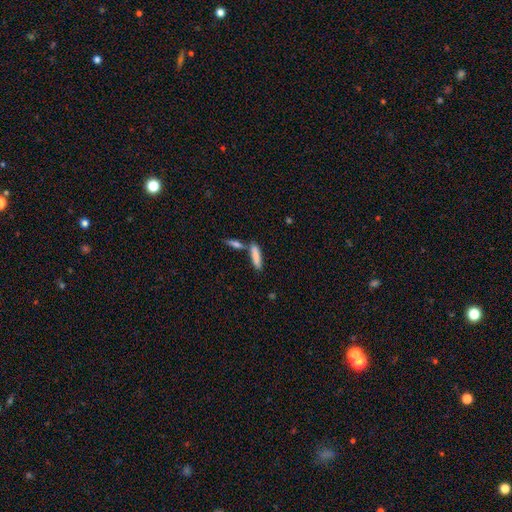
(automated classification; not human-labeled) This appears to be a smooth galaxy with no disk features (81%) that is cigar-shaped (75%). Merging: none (64%).